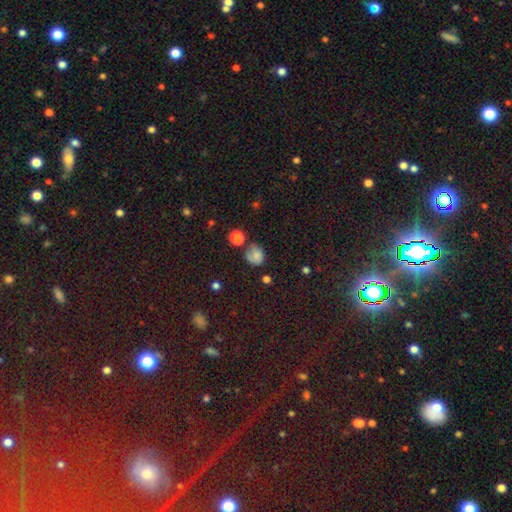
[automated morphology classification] Q: Smooth or featured?
A: smooth (71%); runner-up: star or artifact (16%)
Q: How rounded?
A: round (68%); runner-up: in between (31%)
Q: Merging?
A: none (56%); runner-up: minor disturbance (28%)